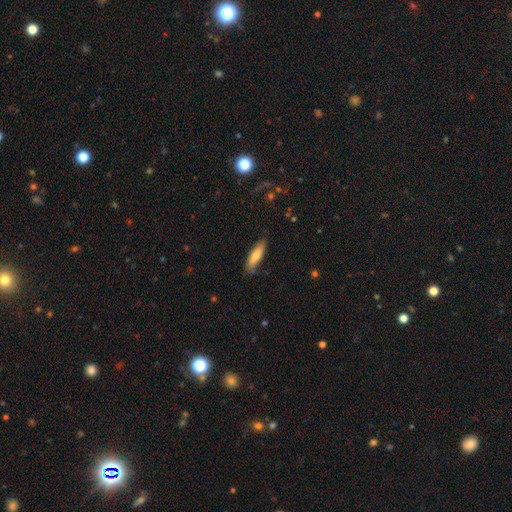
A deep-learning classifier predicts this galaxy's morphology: Smooth or featured? smooth (75%)
How rounded? cigar-shaped (66%)
Merging? none (80%)